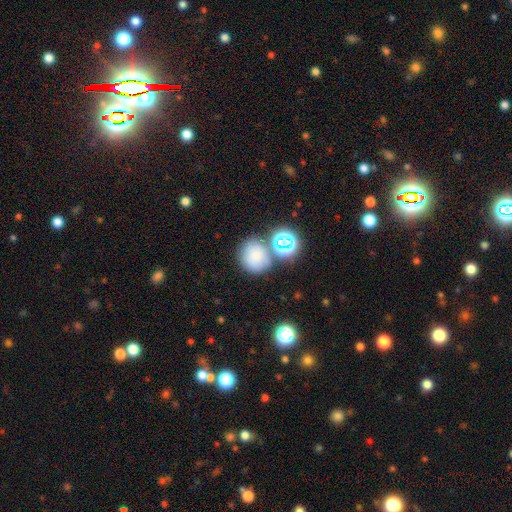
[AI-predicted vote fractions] The model was most divided on "merging": none: 59%, merger: 23%, minor disturbance: 13%, major disturbance: 5%. More confident: how rounded — round (83%); smooth or featured — smooth (70%).